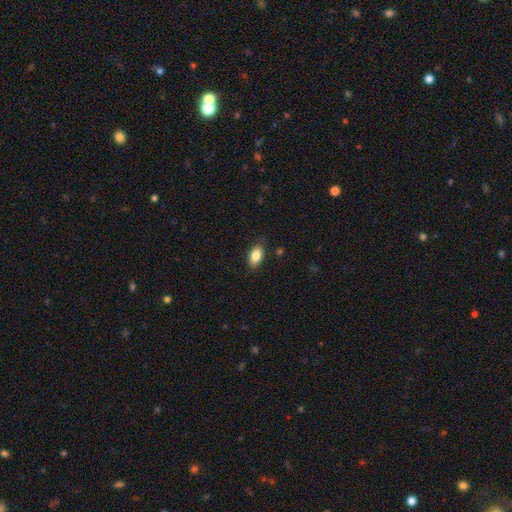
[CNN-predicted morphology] smooth-or-featured: smooth: 84% | featured or disk: 8% | star or artifact: 8%
  how-rounded: in between: 90% | round: 6% | cigar-shaped: 4%
  merging: none: 83% | minor disturbance: 13% | major disturbance: 3% | merger: 1%